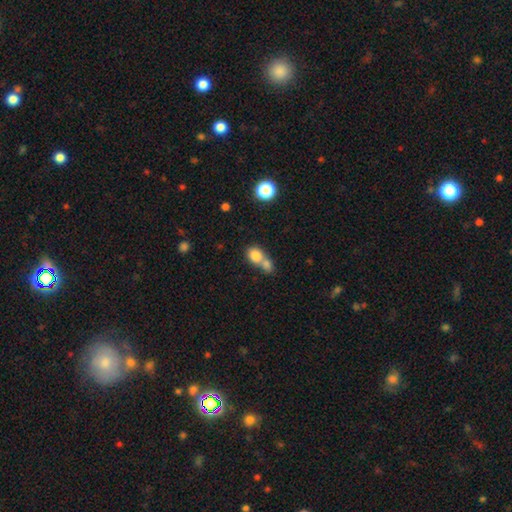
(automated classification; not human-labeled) smooth 79%, featured or disk 11%, star or artifact 10%. Down the decision tree: how rounded — round (59%); merging — merger (64%).